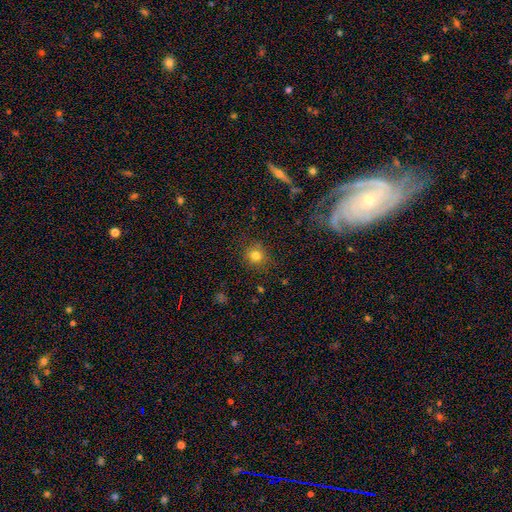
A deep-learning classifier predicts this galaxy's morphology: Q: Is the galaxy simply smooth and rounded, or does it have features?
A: smooth — 80%.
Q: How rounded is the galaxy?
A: round — 88%.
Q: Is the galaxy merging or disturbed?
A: none — 87%.